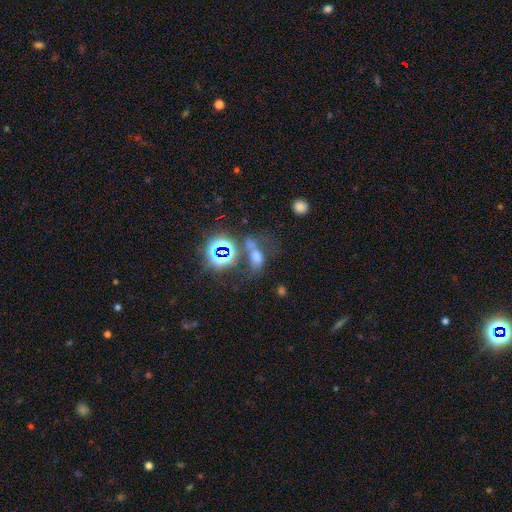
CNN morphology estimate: Smooth or featured?
  - smooth: 50% *
  - star or artifact: 34%
  - featured or disk: 16%
Merging?
  - none: 34% *
  - merger: 31%
  - major disturbance: 19%
  - minor disturbance: 15%